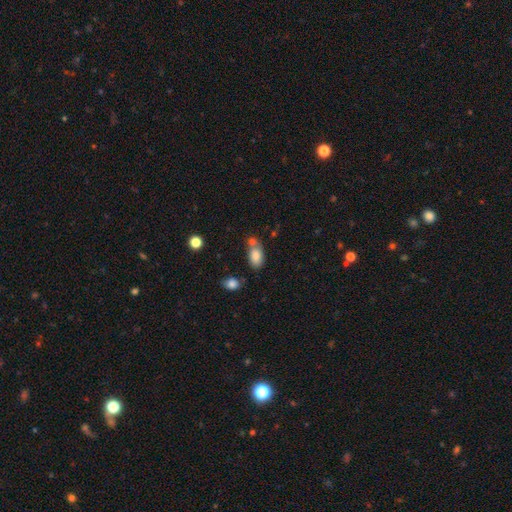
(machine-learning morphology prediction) smooth-or-featured: smooth: 82% | featured or disk: 9% | star or artifact: 9%
  how-rounded: in between: 90% | round: 8% | cigar-shaped: 3%
  merging: none: 46% | merger: 32% | minor disturbance: 17% | major disturbance: 6%